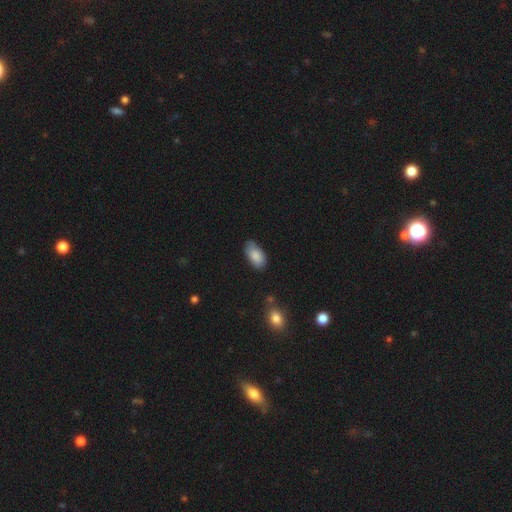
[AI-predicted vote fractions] smooth 85%, featured or disk 8%, star or artifact 7%. Down the decision tree: how rounded — in between (94%); merging — none (72%).